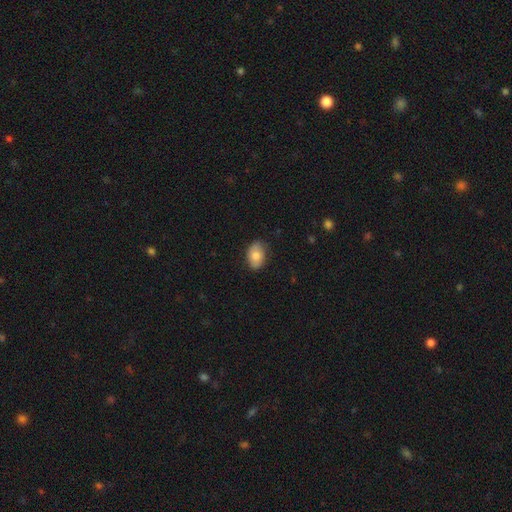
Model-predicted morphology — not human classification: smooth_or_featured: smooth (p=0.77) [alt: featured or disk p=0.16]
how_rounded: in between (p=0.86) [alt: round p=0.13]
merging: none (p=0.81) [alt: minor disturbance p=0.15]